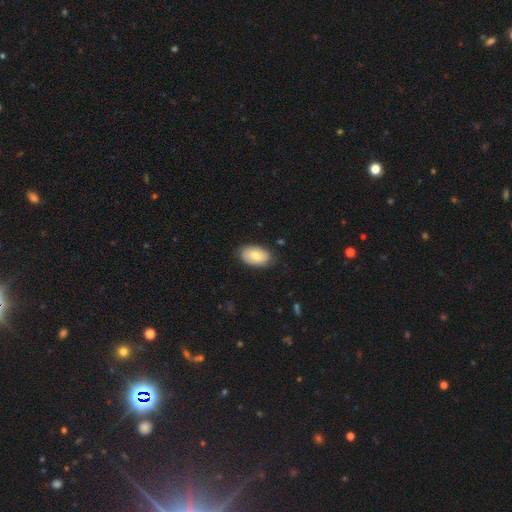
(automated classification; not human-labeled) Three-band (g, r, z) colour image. It shows a smooth galaxy with no disk features (75%) that is in between round and cigar-shaped (93%). Merging: none (79%).